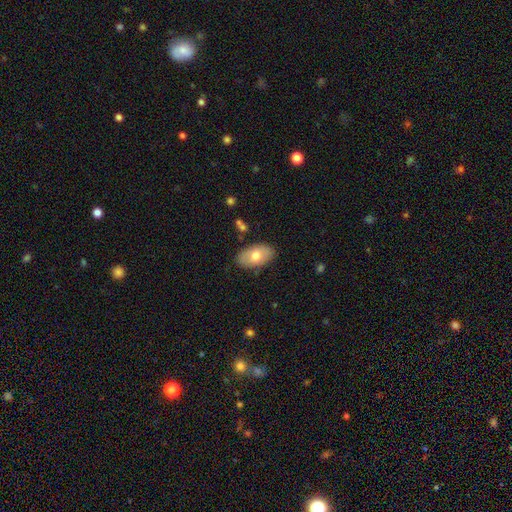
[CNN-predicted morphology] A smooth galaxy with no disk features (68%) that is in between round and cigar-shaped (93%). Merging: none (84%).